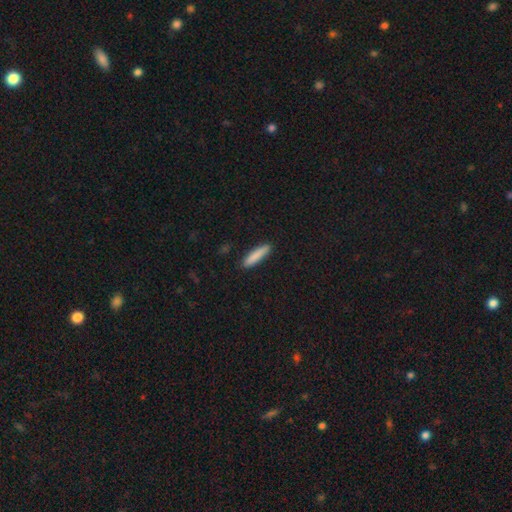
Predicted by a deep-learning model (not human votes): Smooth or featured: smooth — 87% (featured or disk — 8%)
How rounded: cigar-shaped — 85% (in between — 14%)
Merging: none — 90% (minor disturbance — 7%)